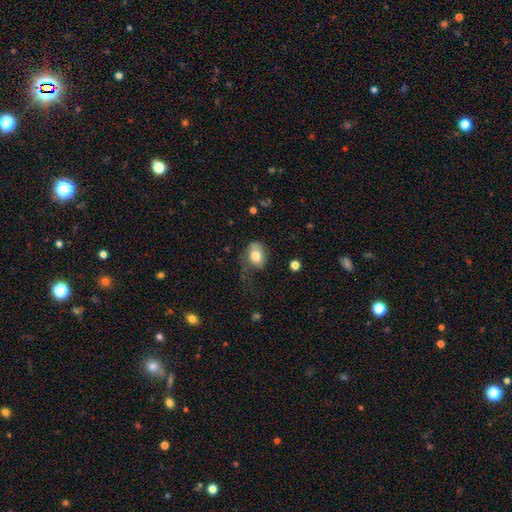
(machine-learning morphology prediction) Smooth or featured? smooth (78%)
How rounded? in between (63%)
Merging? none (45%)